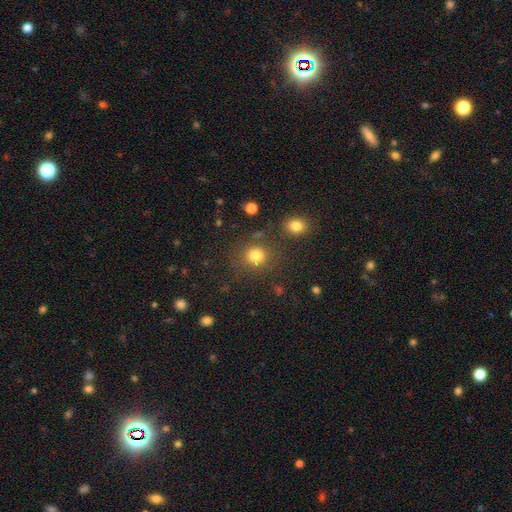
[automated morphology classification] This is likely a smooth galaxy (80%). How rounded: clearly round (84%). Merging: likely none (77%).